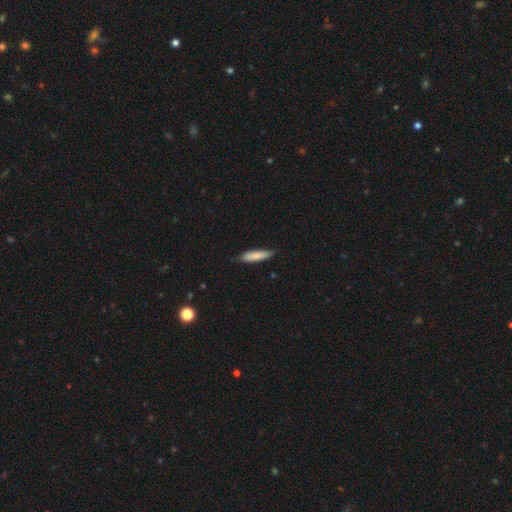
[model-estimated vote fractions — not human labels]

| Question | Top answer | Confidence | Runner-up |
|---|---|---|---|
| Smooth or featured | smooth | 82% | featured or disk (13%) |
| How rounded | cigar-shaped | 78% | in between (21%) |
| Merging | none | 82% | minor disturbance (15%) |